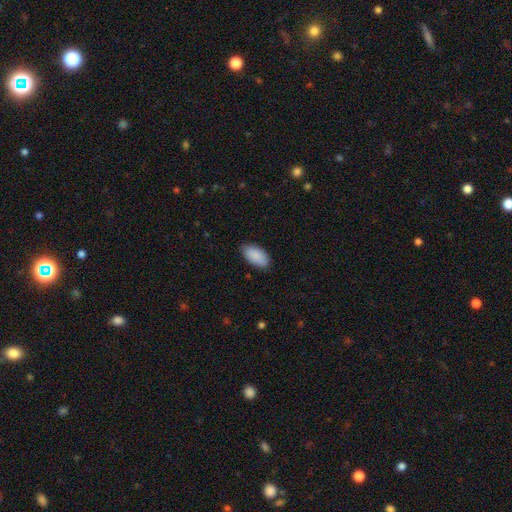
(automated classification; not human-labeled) Smooth or featured: smooth — 90% (star or artifact — 6%)
How rounded: in between — 95% (cigar-shaped — 2%)
Merging: none — 84% (minor disturbance — 13%)